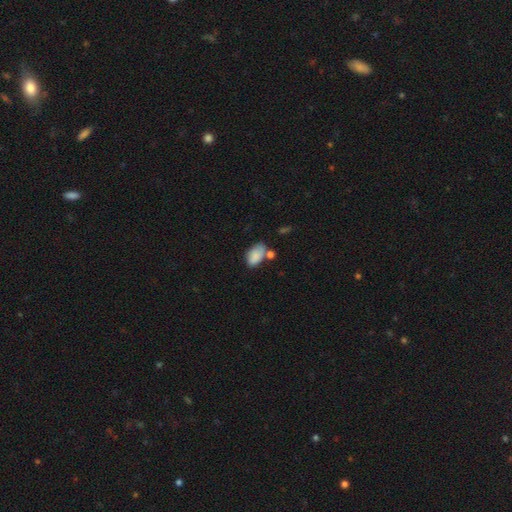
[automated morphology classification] Q: Smooth or featured?
A: smooth (83%); runner-up: featured or disk (9%)
Q: How rounded?
A: in between (91%); runner-up: round (8%)
Q: Merging?
A: none (48%); runner-up: minor disturbance (23%)